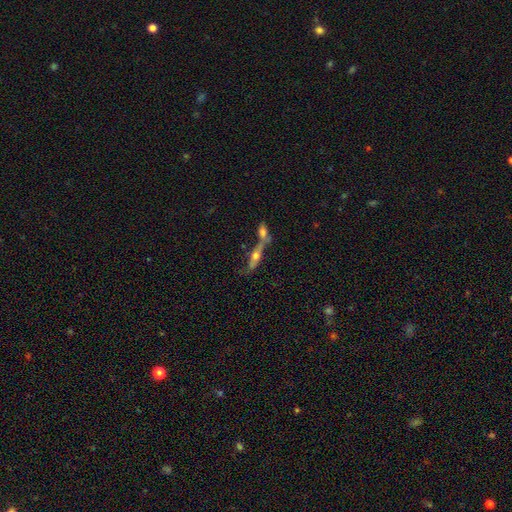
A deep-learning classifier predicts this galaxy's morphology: Overall: featured or disk (62%; smooth 25%). Edge-on disk: yes (74%). Merging: merger (51%; none 33%).